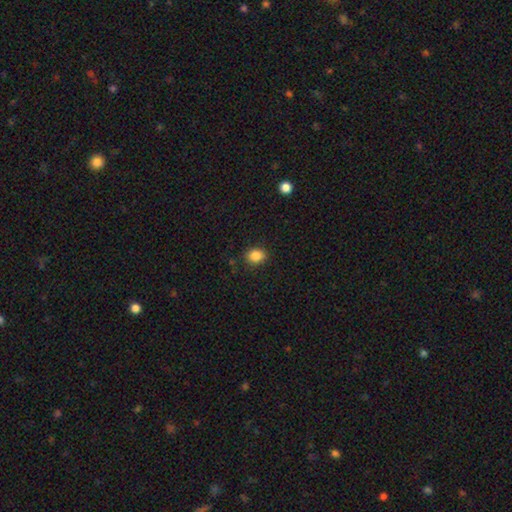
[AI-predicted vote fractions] The model was most divided on "how rounded": round: 52%, in between: 47%, cigar-shaped: 1%. More confident: smooth or featured — smooth (86%); merging — none (85%).